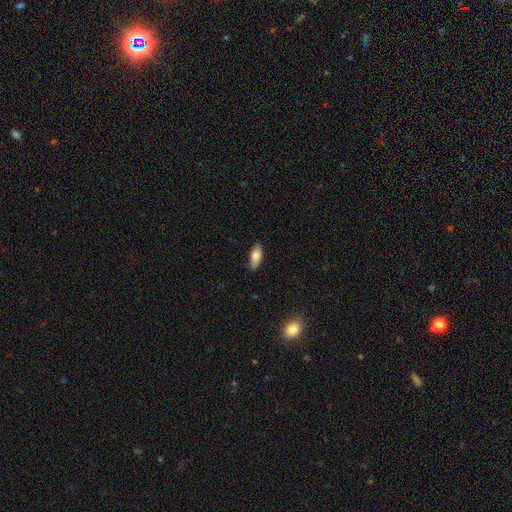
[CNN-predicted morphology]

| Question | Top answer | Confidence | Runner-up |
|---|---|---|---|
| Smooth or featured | smooth | 78% | featured or disk (15%) |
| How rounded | in between | 77% | cigar-shaped (21%) |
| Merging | none | 84% | minor disturbance (13%) |